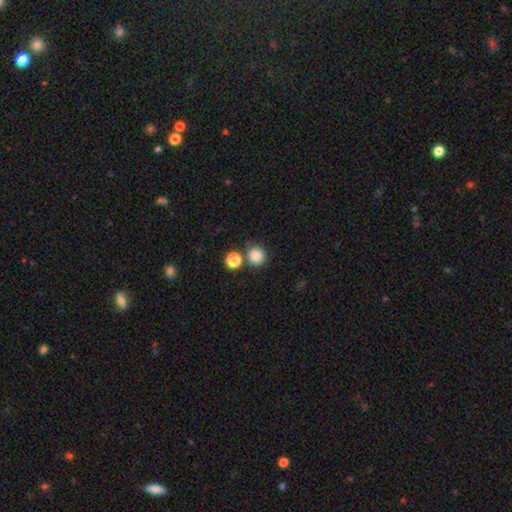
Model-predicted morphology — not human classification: Smooth or featured? Predicted: smooth (p=0.85). How rounded? Predicted: round (p=0.91). Merging? Predicted: none (p=0.74).